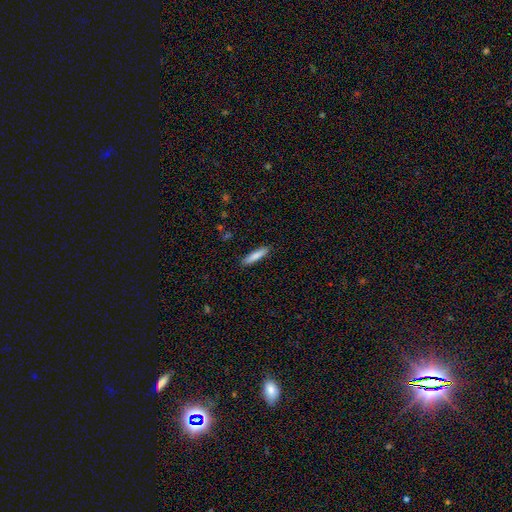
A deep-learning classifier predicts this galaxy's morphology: Smooth or featured?
  - smooth: 82% *
  - featured or disk: 13%
  - star or artifact: 6%
How rounded?
  - cigar-shaped: 84% *
  - in between: 15%
  - round: 1%
Merging?
  - none: 90% *
  - minor disturbance: 7%
  - major disturbance: 2%
  - merger: 1%